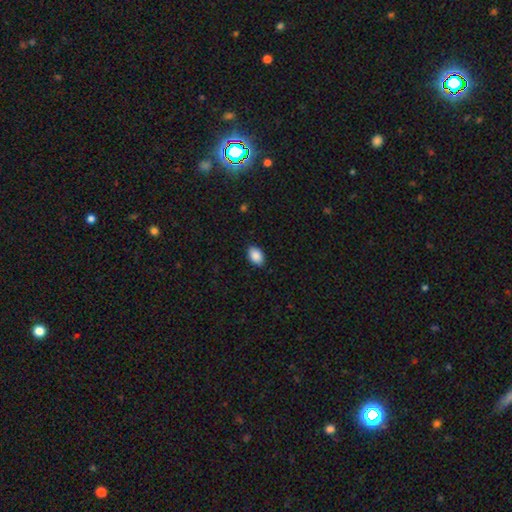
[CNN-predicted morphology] A smooth galaxy with no disk features (89%) that is in between round and cigar-shaped (86%). Merging: none (88%).